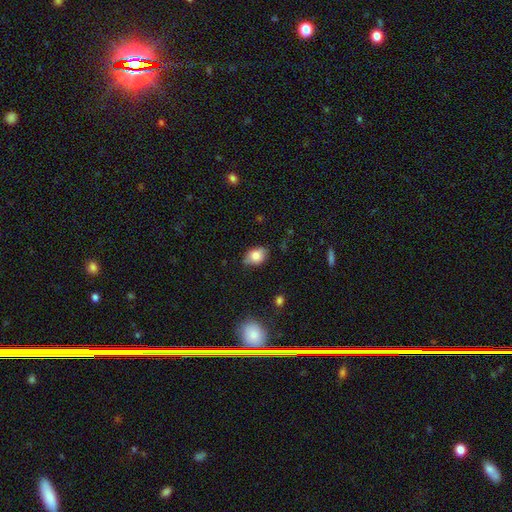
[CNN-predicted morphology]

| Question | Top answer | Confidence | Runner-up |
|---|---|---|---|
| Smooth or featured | smooth | 76% | featured or disk (15%) |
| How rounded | in between | 78% | round (20%) |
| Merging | none | 73% | minor disturbance (22%) |